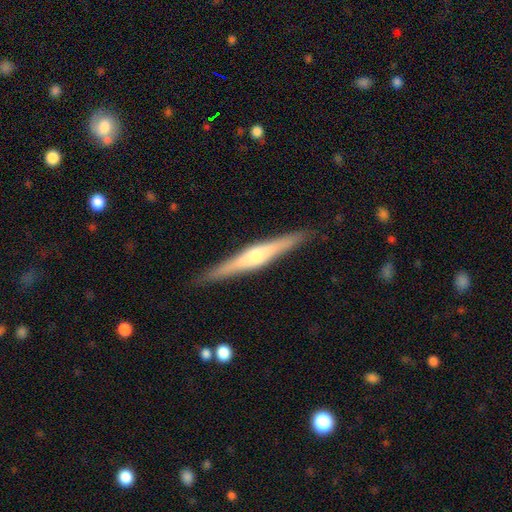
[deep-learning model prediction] Smooth or featured? featured or disk (74%)
Edge-on disk? yes (98%)
Edge-on bulge? rounded (79%)
Merging? none (90%)